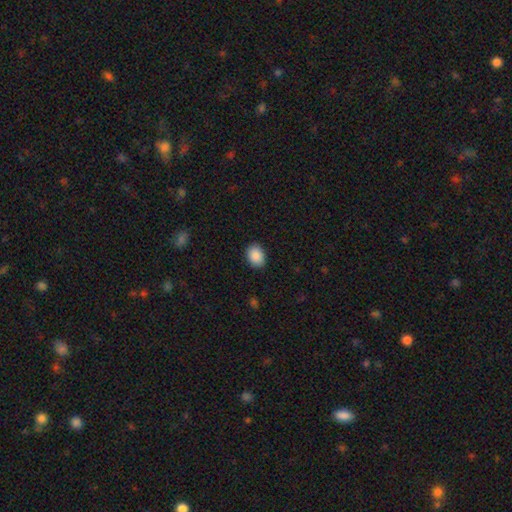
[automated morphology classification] Q: Smooth or featured?
A: smooth (89%); runner-up: star or artifact (7%)
Q: How rounded?
A: in between (66%); runner-up: round (33%)
Q: Merging?
A: none (88%); runner-up: minor disturbance (9%)